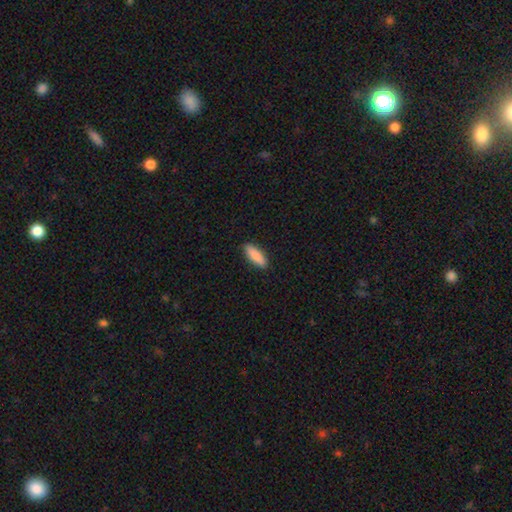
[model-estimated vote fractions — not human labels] Morphology: type=smooth (87%); roundness=in between (50%); merging=none (89%).